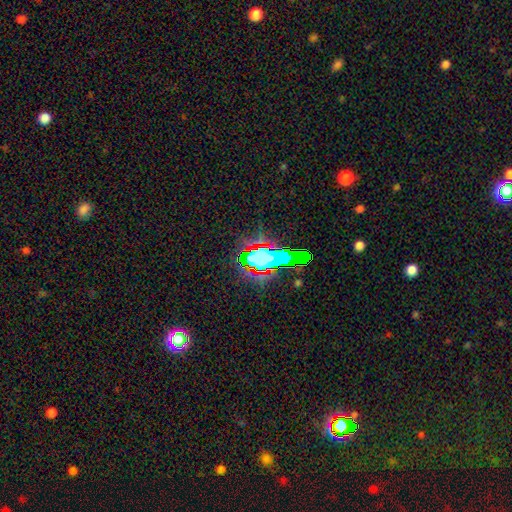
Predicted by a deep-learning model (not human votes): This is possibly a star or artifact rather than a galaxy (53%).